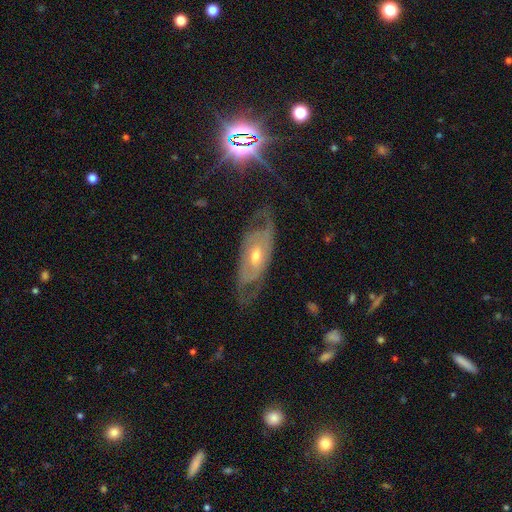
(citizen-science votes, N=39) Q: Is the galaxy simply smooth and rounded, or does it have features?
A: featured or disk — 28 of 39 (72%).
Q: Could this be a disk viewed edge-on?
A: no — 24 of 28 (86%).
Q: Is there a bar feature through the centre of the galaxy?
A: no — 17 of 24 (71%).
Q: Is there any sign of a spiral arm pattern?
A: yes — 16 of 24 (67%).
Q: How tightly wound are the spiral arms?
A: medium — 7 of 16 (44%).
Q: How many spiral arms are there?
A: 2 — 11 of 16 (69%).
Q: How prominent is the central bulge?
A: moderate — 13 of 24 (54%).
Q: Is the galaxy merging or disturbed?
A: none — 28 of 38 (74%).